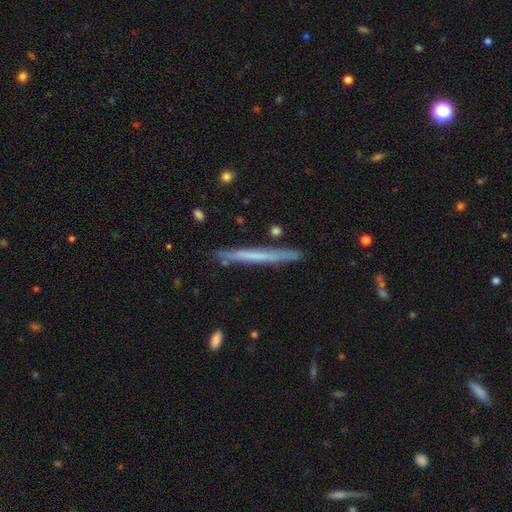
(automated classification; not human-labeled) smooth-or-featured: smooth: 50% | featured or disk: 44% | star or artifact: 6%
  merging: none: 88% | minor disturbance: 9% | merger: 2% | major disturbance: 2%